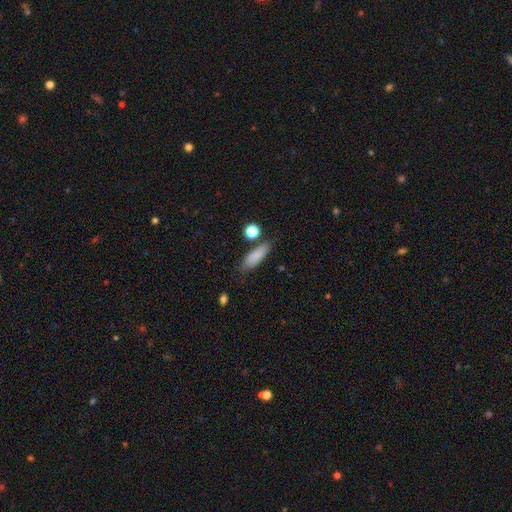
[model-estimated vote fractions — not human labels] The model was most divided on "how rounded": in between: 53%, cigar-shaped: 43%, round: 4%. More confident: smooth or featured — smooth (84%); merging — none (75%).